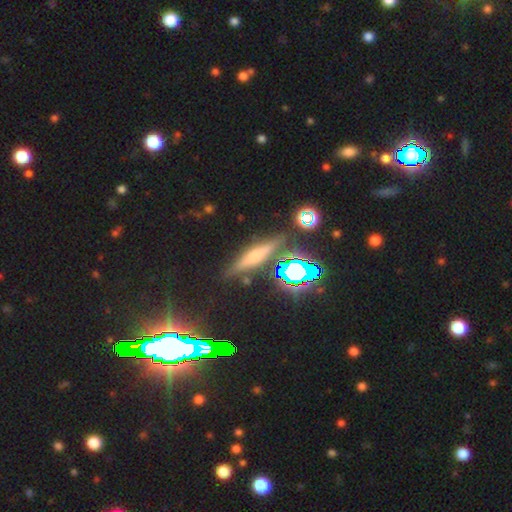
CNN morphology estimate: Overall: smooth (38%; featured or disk 35%). Merging: none (82%).